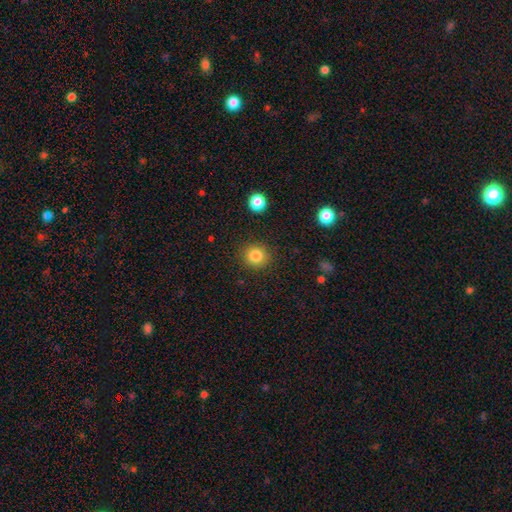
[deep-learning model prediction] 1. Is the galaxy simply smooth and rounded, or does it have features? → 84% smooth, 11% star or artifact, 6% featured or disk.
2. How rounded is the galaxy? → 89% round, 10% in between, 1% cigar-shaped.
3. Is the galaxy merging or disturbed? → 89% none, 7% minor disturbance, 3% major disturbance, 2% merger.